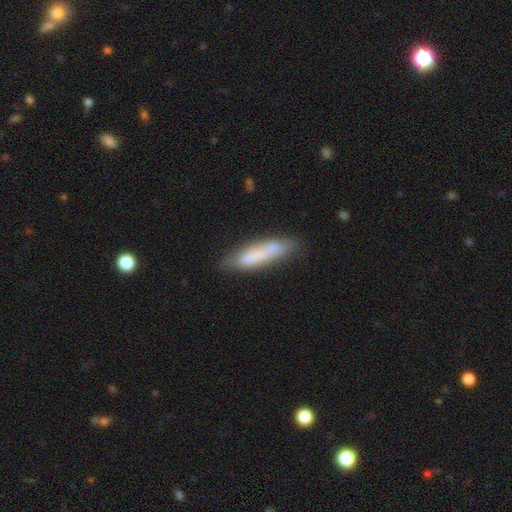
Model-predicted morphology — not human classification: smooth-or-featured: smooth: 68% | featured or disk: 25% | star or artifact: 7%
  how-rounded: cigar-shaped: 74% | in between: 25% | round: 2%
  merging: none: 64% | minor disturbance: 22% | merger: 7% | major disturbance: 6%